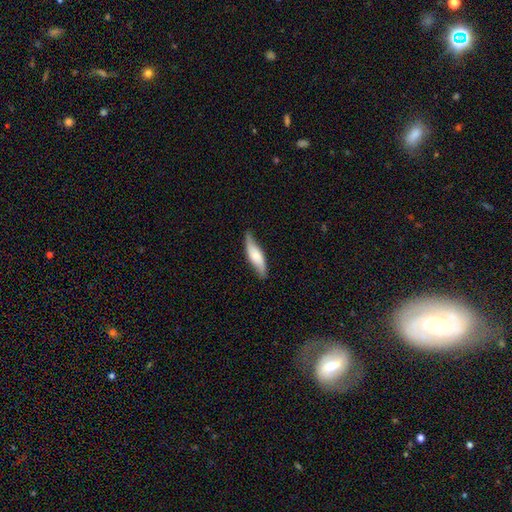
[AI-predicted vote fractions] Smooth or featured: smooth — 53% (featured or disk — 41%)
How rounded: cigar-shaped — 61% (in between — 38%)
Merging: none — 76% (minor disturbance — 19%)